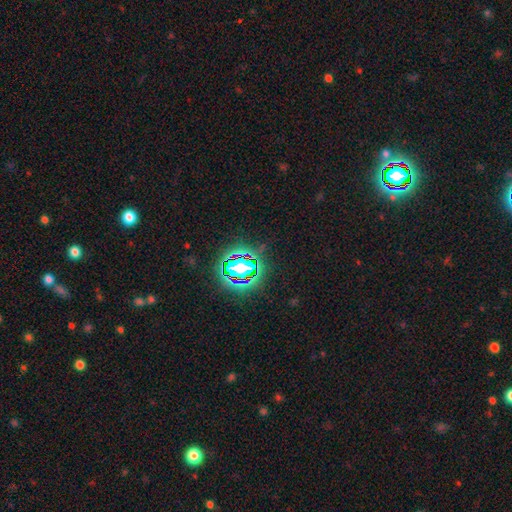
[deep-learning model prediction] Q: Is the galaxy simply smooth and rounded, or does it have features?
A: star or artifact — 81%.